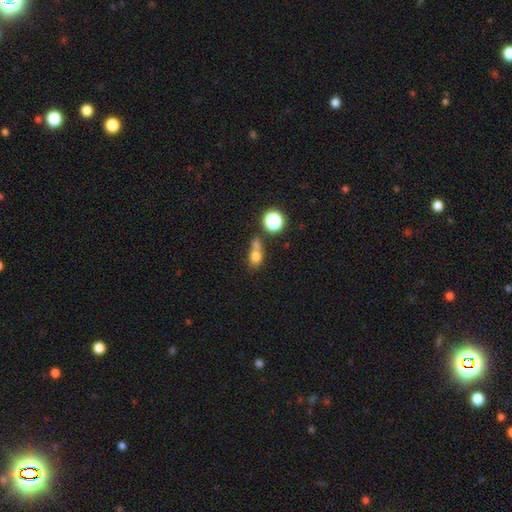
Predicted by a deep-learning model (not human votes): Morphology: type=smooth (72%); roundness=round (52%); merging=merger (48%).